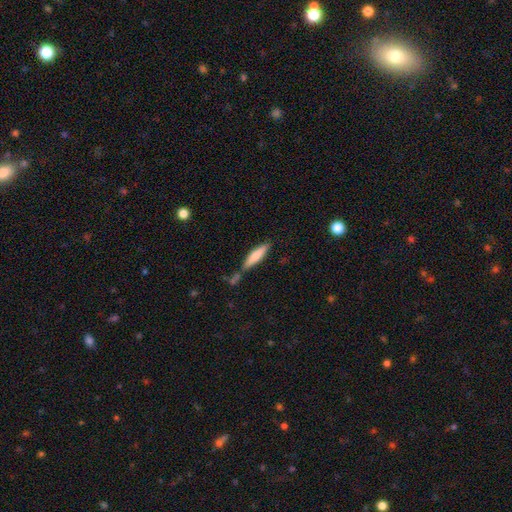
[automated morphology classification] smooth 73%, featured or disk 21%, star or artifact 6%. Down the decision tree: how rounded — cigar-shaped (77%); merging — none (62%).